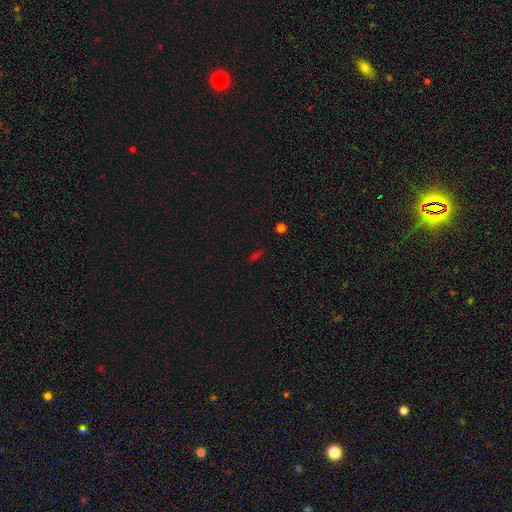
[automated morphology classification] A smooth galaxy with no disk features (52%) that is in between round and cigar-shaped (49%). Merging: none (83%).